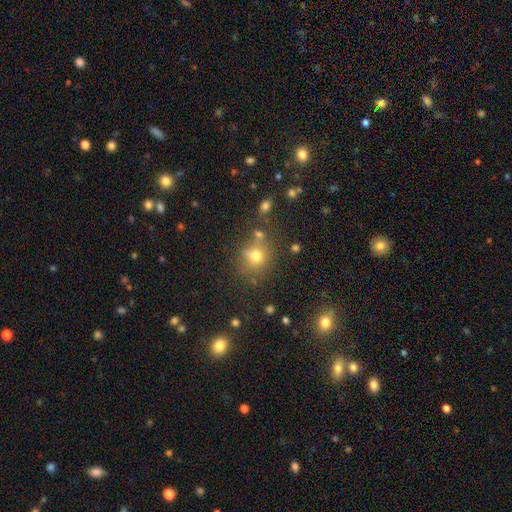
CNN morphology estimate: smooth-or-featured: smooth: 70% | star or artifact: 18% | featured or disk: 11%
  how-rounded: round: 79% | in between: 20% | cigar-shaped: 1%
  merging: none: 64% | minor disturbance: 15% | merger: 14% | major disturbance: 7%